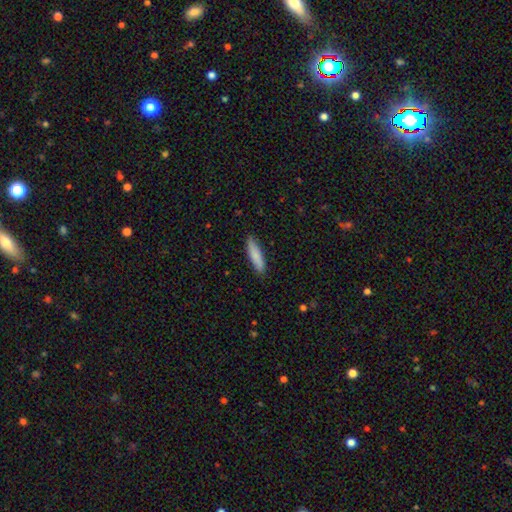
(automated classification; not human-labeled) This is clearly a smooth galaxy (84%). How rounded: likely cigar-shaped (71%). Merging: clearly none (87%).